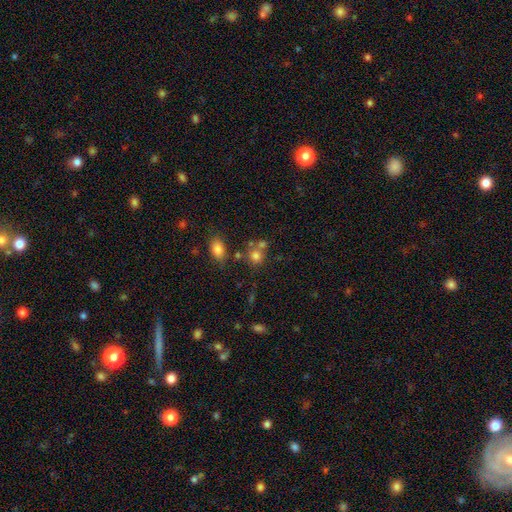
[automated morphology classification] The model was most divided on "merging": none: 55%, merger: 30%, minor disturbance: 10%, major disturbance: 4%. More confident: how rounded — round (81%); smooth or featured — smooth (77%).